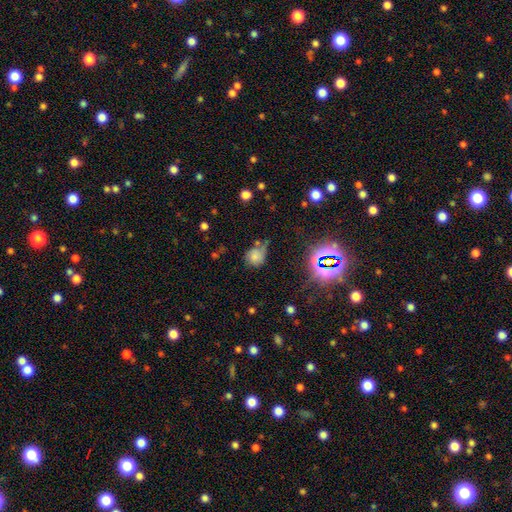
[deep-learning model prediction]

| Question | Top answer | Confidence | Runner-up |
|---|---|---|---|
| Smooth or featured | smooth | 70% | star or artifact (19%) |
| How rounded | round | 74% | in between (24%) |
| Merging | none | 47% | minor disturbance (32%) |